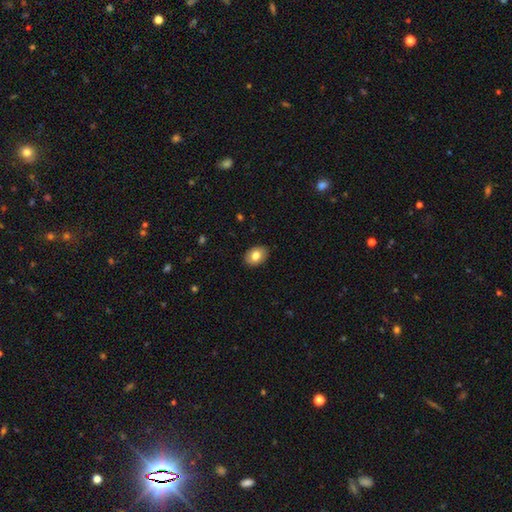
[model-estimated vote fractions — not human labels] This appears to be a smooth galaxy with no disk features (79%) that is in between round and cigar-shaped (77%). Merging: none (88%).